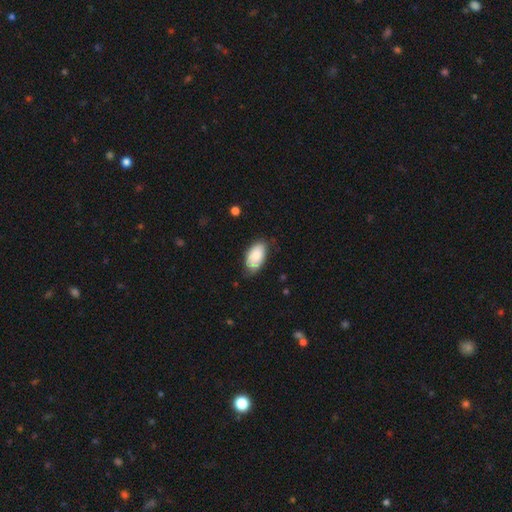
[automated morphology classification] smooth-or-featured: smooth: 83% | featured or disk: 11% | star or artifact: 6%
  how-rounded: in between: 95% | round: 3% | cigar-shaped: 2%
  merging: none: 70% | minor disturbance: 25% | major disturbance: 4% | merger: 1%